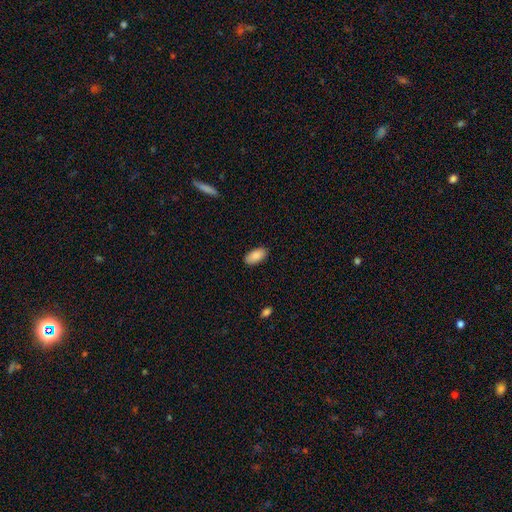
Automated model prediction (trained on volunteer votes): Smooth or featured?
  - smooth: 89% *
  - star or artifact: 6%
  - featured or disk: 5%
How rounded?
  - in between: 94% *
  - cigar-shaped: 4%
  - round: 2%
Merging?
  - none: 88% *
  - minor disturbance: 9%
  - major disturbance: 2%
  - merger: 1%